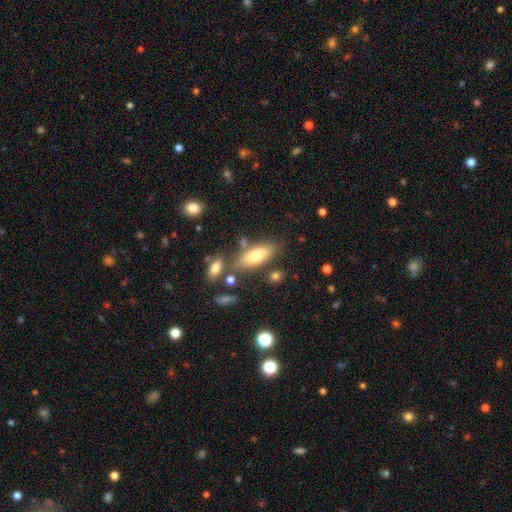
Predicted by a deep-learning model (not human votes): The model was most divided on "smooth or featured": smooth: 72%, featured or disk: 21%, star or artifact: 8%. More confident: how rounded — in between (77%); merging — none (70%).